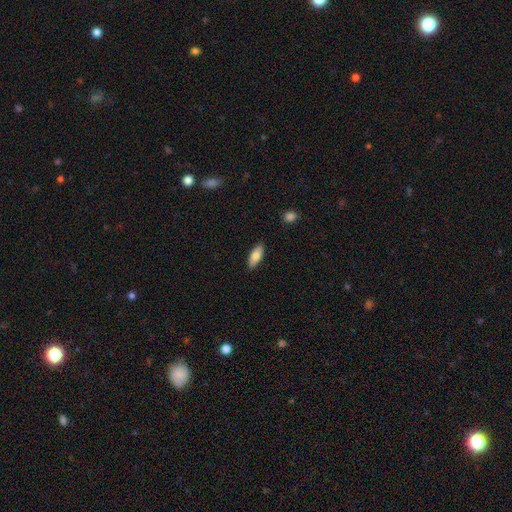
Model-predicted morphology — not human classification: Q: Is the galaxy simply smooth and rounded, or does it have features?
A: smooth — 80%.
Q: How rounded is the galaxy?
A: in between — 75%.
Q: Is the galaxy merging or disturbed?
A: none — 88%.